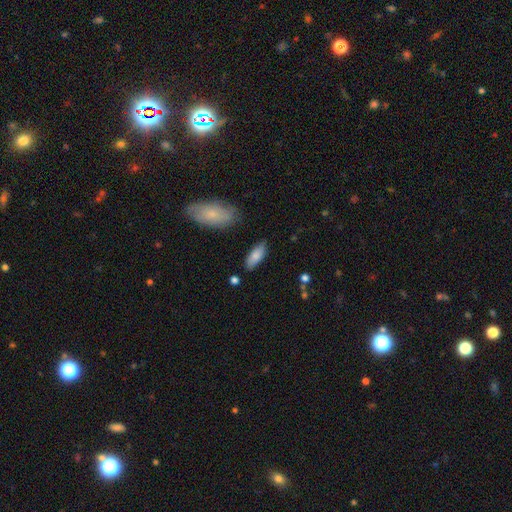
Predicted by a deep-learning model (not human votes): This appears to be a smooth galaxy with no disk features (81%) that is in between round and cigar-shaped (76%). Merging: none (82%).